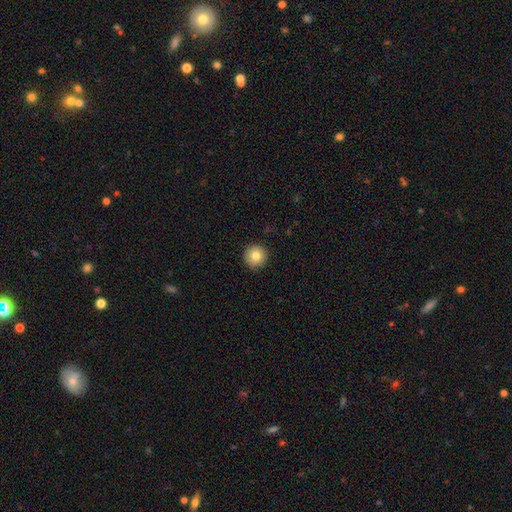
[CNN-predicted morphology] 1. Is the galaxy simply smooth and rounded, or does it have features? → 81% smooth, 9% star or artifact, 9% featured or disk.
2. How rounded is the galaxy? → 96% round, 3% in between, 1% cigar-shaped.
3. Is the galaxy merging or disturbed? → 93% none, 5% minor disturbance, 1% major disturbance, 1% merger.